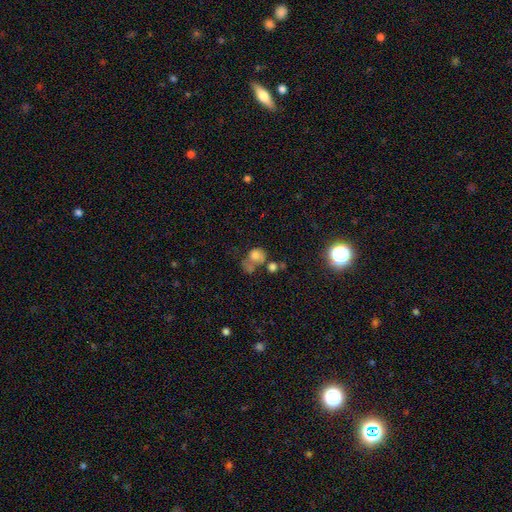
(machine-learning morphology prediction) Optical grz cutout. It shows a smooth galaxy with no disk features (68%) that is round (68%). Merging: merger (35%).